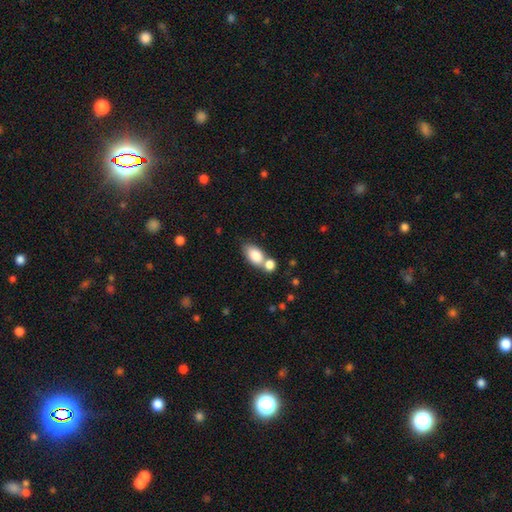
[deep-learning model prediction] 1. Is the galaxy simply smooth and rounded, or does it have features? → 82% smooth, 10% featured or disk, 8% star or artifact.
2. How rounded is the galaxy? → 89% in between, 8% round, 3% cigar-shaped.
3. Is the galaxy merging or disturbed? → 42% none (tied), 42% merger (tied), 12% minor disturbance, 4% major disturbance.